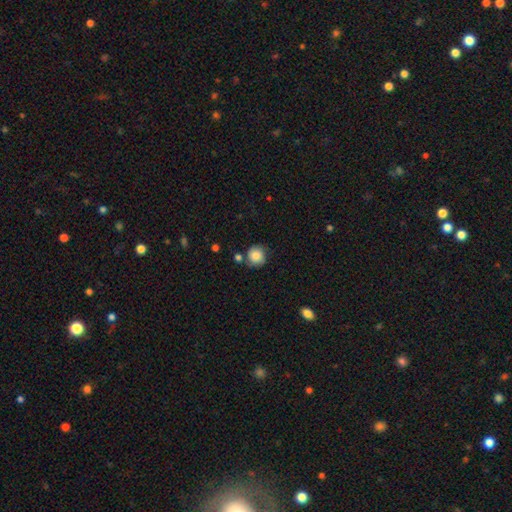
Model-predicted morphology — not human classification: This is clearly a smooth galaxy (81%). How rounded: clearly round (91%). Merging: likely none (72%).